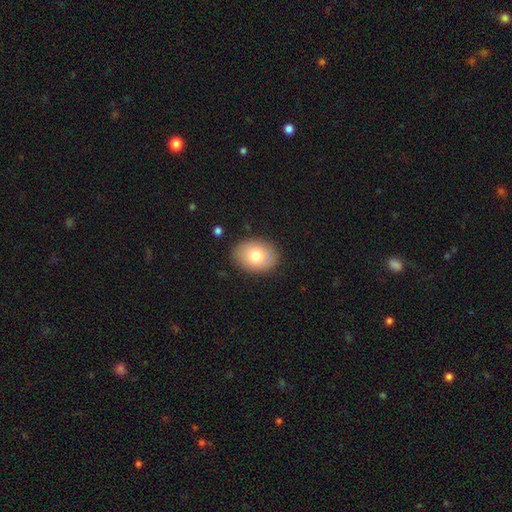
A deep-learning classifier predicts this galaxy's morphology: This is likely a smooth galaxy (76%). How rounded: likely in between (68%). Merging: clearly none (86%).